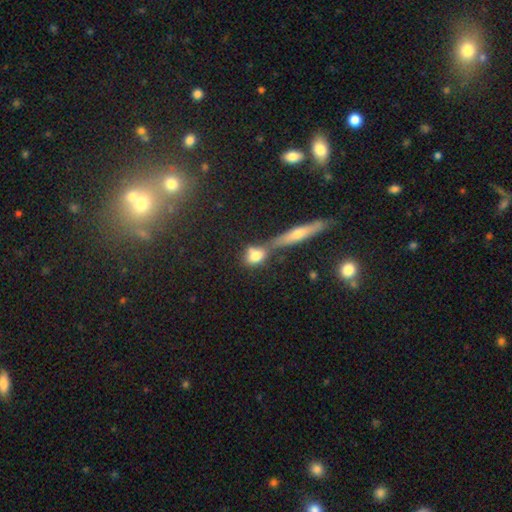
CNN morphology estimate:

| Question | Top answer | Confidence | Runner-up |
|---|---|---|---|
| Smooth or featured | smooth | 72% | featured or disk (16%) |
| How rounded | in between | 52% | round (38%) |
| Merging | none | 44% | merger (38%) |